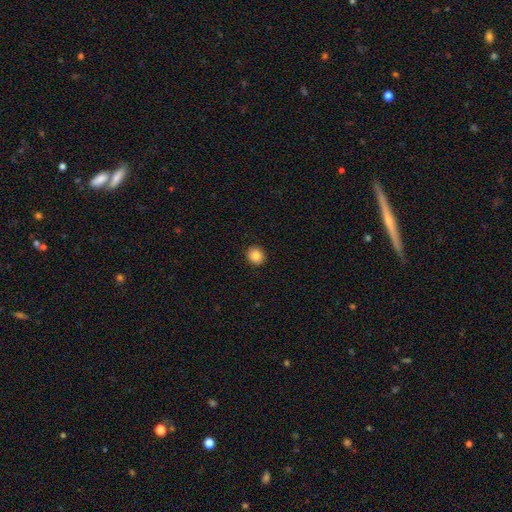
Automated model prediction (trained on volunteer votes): Morphology: type=smooth (86%); roundness=round (84%); merging=none (92%).